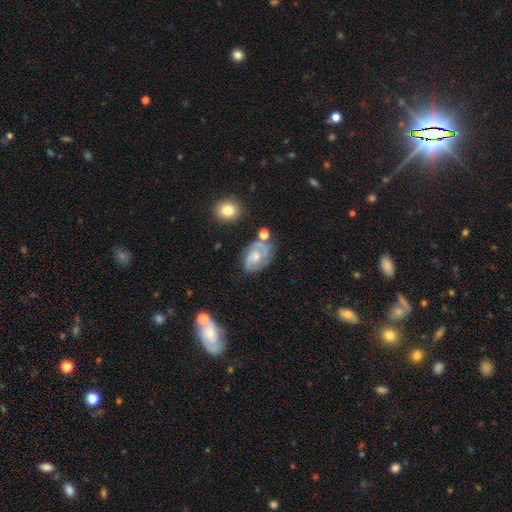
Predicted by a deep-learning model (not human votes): smooth-or-featured: featured or disk: 67% | smooth: 25% | star or artifact: 8%
  disk-edge-on: no: 97% | yes: 3%
    bar: no: 66% | weak: 29% | strong: 5%
    has-spiral-arms: yes: 85% | no: 15%
      spiral-winding: tight: 45% | medium: 41% | loose: 14%
      spiral-arm-count: 2: 59% | can't tell: 22% | 1: 8% | 3: 7% | 4: 2% | more than 4: 2%
    bulge-size: moderate: 48% | small: 36% | none: 8% | large: 6% | dominant: 2%
  merging: none: 54% | minor disturbance: 25% | major disturbance: 11% | merger: 10%